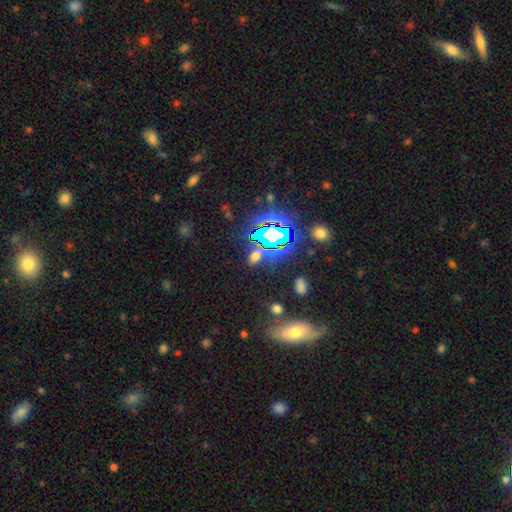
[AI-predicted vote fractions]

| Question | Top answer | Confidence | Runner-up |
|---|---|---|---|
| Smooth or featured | star or artifact | 51% | smooth (40%) |